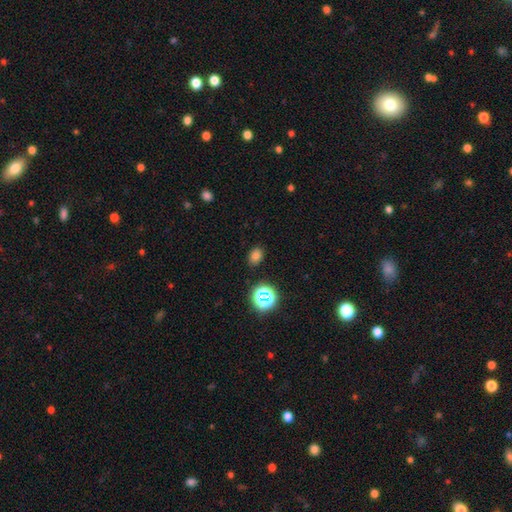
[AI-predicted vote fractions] smooth_or_featured: smooth (p=0.74) [alt: star or artifact p=0.19]
how_rounded: in between (p=0.66) [alt: round p=0.33]
merging: none (p=0.85) [alt: minor disturbance p=0.10]